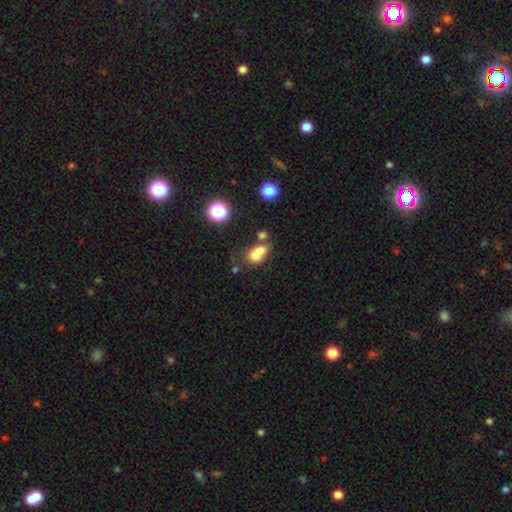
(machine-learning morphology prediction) A smooth galaxy with no disk features (66%) that is in between round and cigar-shaped (52%).

Vote fractions:
- Smooth or featured? smooth: 66% / featured or disk: 20% / star or artifact: 14%
- How rounded? in between: 52% / round: 46% / cigar-shaped: 2%
- Merging? merger: 60% / none: 25% / minor disturbance: 9% / major disturbance: 6%